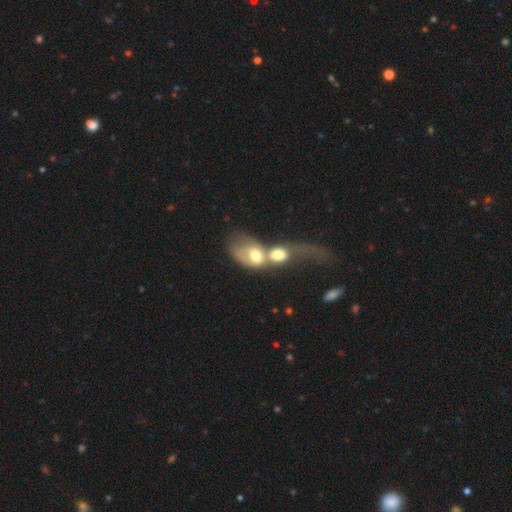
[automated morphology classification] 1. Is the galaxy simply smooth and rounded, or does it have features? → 53% smooth, 38% featured or disk, 9% star or artifact.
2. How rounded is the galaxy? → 76% in between, 20% round, 3% cigar-shaped.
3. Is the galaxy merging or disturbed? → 81% merger, 11% major disturbance, 5% none, 3% minor disturbance.